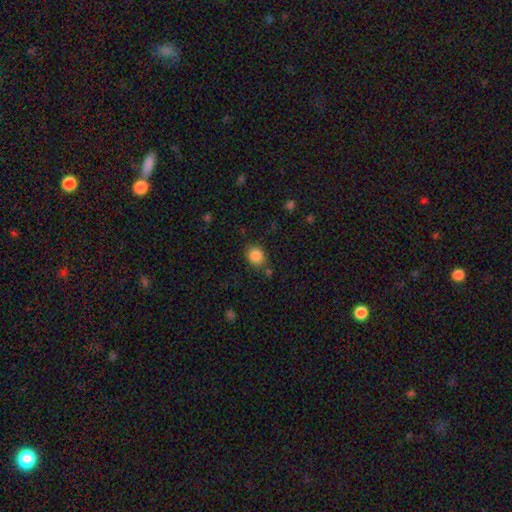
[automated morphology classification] Smooth or featured? smooth (86%)
How rounded? round (66%)
Merging? none (78%)